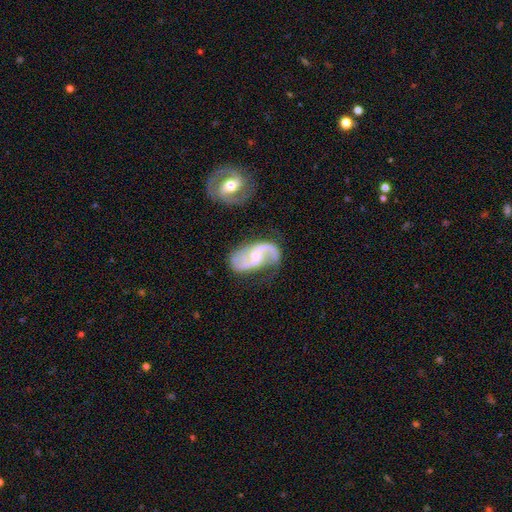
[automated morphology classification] featured or disk 90%, smooth 6%, star or artifact 4%. Down the decision tree: edge-on disk — no (98%); bar — weak (46%); spiral arms — yes (97%); spiral arm count — 2 (89%); spiral winding — medium (47%); bulge size — small (48%); merging — none (57%).